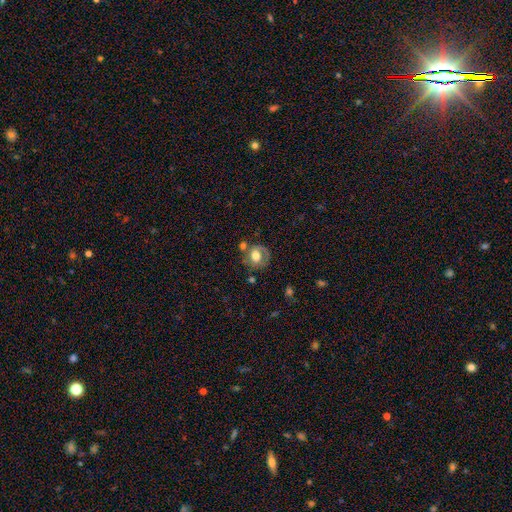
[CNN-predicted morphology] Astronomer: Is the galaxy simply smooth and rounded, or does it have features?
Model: featured or disk — 49% (runner-up: smooth, 43%).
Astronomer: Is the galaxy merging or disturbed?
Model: none — 55%.